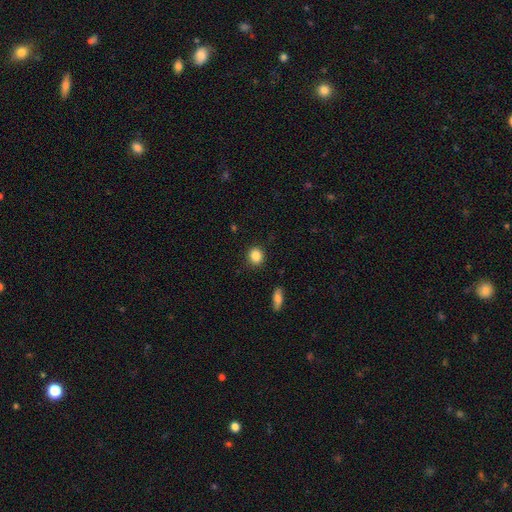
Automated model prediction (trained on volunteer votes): Smooth or featured: smooth — 86% (star or artifact — 9%)
How rounded: round — 79% (in between — 19%)
Merging: none — 89% (minor disturbance — 8%)